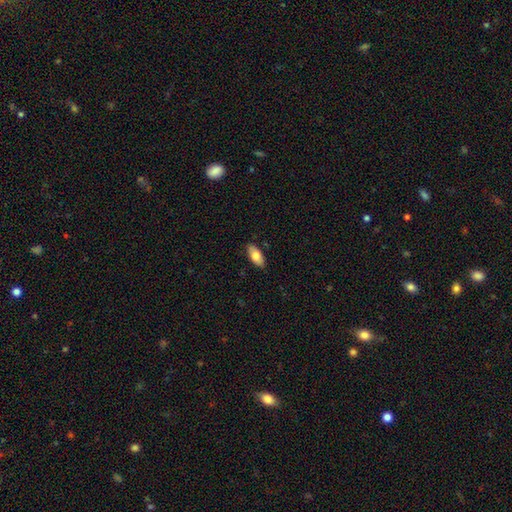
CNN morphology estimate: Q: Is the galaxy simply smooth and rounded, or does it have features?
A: smooth — 78%.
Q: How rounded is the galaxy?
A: in between — 89%.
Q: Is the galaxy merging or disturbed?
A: none — 87%.